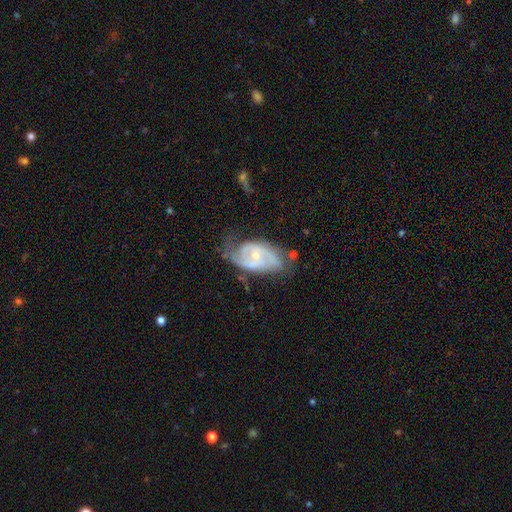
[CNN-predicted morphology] Overall: featured or disk (83%). Edge-on disk: no (96%). Bar: no (51%; weak 40%). Spiral arms: yes (93%). Spiral arm count: 2 (67%). Spiral winding: medium (45%; tight 40%). Bulge size: small (68%; moderate 28%). Merging: none (57%; minor disturbance 27%).